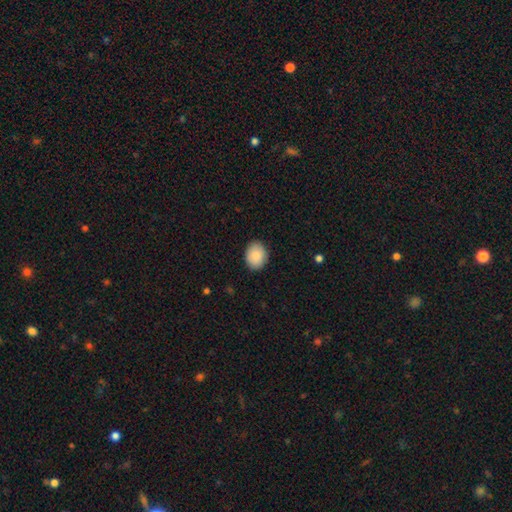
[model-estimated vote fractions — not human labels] Smooth or featured: smooth — 87% (star or artifact — 7%)
How rounded: in between — 60% (round — 40%)
Merging: none — 89% (minor disturbance — 9%)